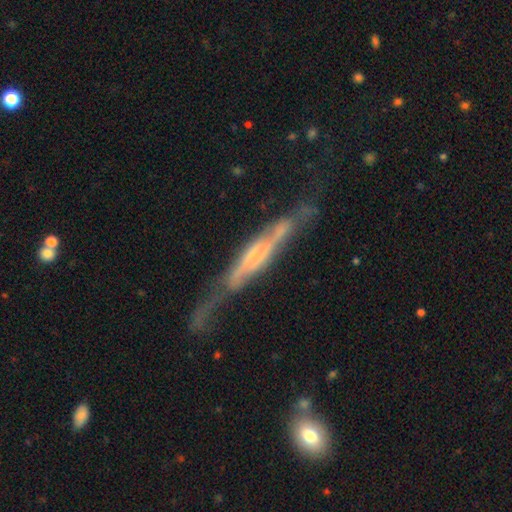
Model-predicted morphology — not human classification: Overall: featured or disk (76%). Edge-on disk: yes (74%). Edge-on bulge: rounded (36%; none 34%). Merging: none (46%; minor disturbance 27%).